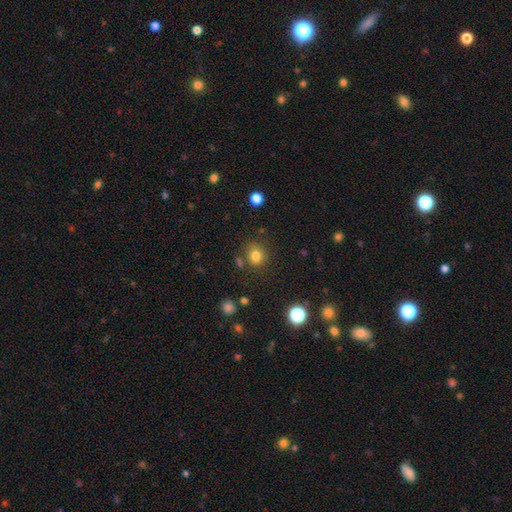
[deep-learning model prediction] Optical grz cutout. It shows a smooth galaxy with no disk features (79%) that is round (83%). Merging: none (79%).